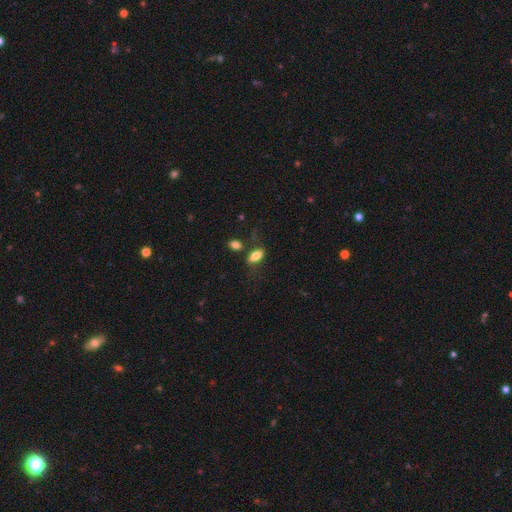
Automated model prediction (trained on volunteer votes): Smooth or featured?
  - smooth: 78% *
  - featured or disk: 14%
  - star or artifact: 8%
How rounded?
  - in between: 86% *
  - cigar-shaped: 8%
  - round: 5%
Merging?
  - none: 66% *
  - minor disturbance: 18%
  - merger: 9%
  - major disturbance: 8%